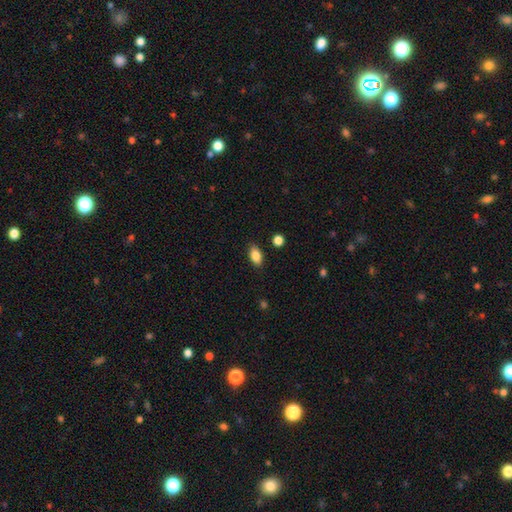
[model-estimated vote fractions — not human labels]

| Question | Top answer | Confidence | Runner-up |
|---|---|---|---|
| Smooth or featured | smooth | 86% | star or artifact (8%) |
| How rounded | in between | 89% | round (7%) |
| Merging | none | 86% | minor disturbance (10%) |